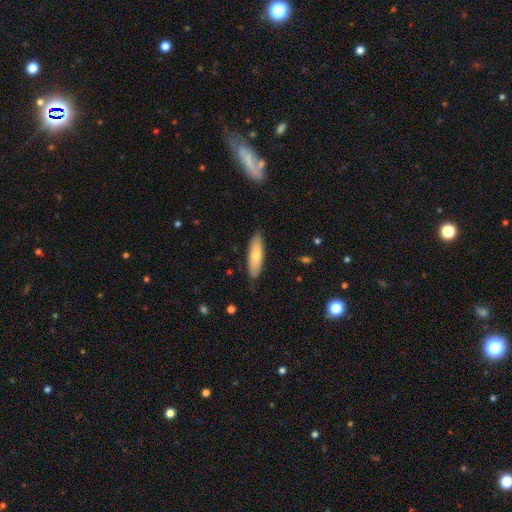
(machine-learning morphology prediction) Overall: smooth (71%). How rounded: in between (50%; cigar-shaped 48%). Merging: none (83%).